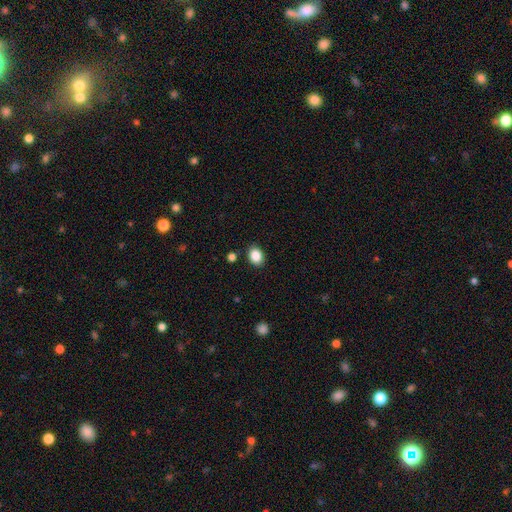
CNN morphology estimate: The model was most divided on "how rounded": in between: 61%, round: 38%, cigar-shaped: 1%. More confident: smooth or featured — smooth (87%); merging — none (87%).